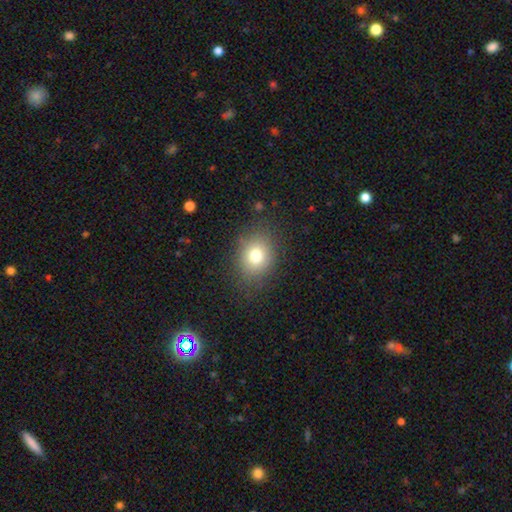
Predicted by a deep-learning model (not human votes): smooth 76%, star or artifact 13%, featured or disk 11%. Down the decision tree: how rounded — round (53%); merging — none (83%).